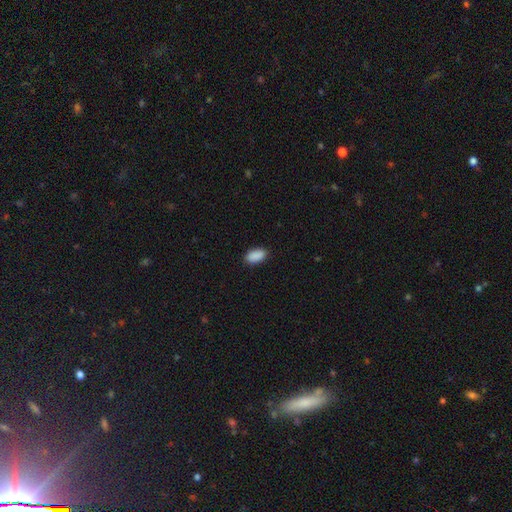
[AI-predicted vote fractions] Smooth or featured: smooth — 90% (star or artifact — 7%)
How rounded: in between — 93% (round — 3%)
Merging: none — 88% (minor disturbance — 9%)